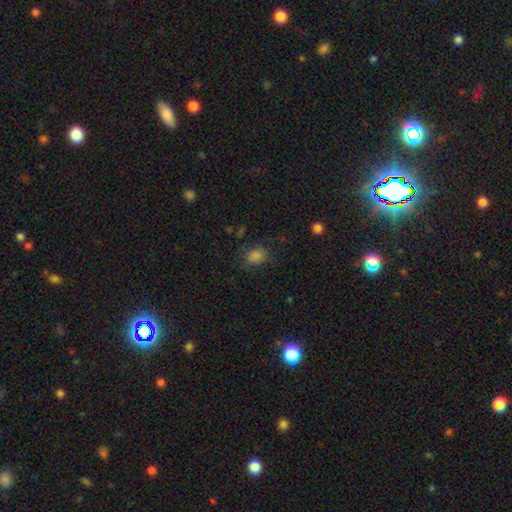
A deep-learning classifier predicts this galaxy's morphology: A smooth galaxy with no disk features (78%) that is in between round and cigar-shaped (51%). Merging: none (76%).